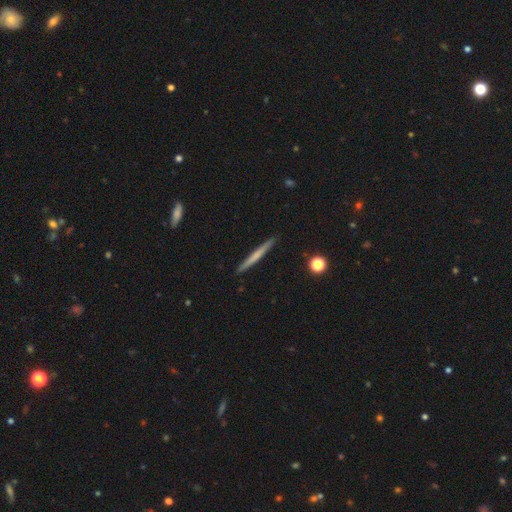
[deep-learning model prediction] A smooth galaxy with no disk features (52%) that is cigar-shaped (97%). Merging: none (92%).